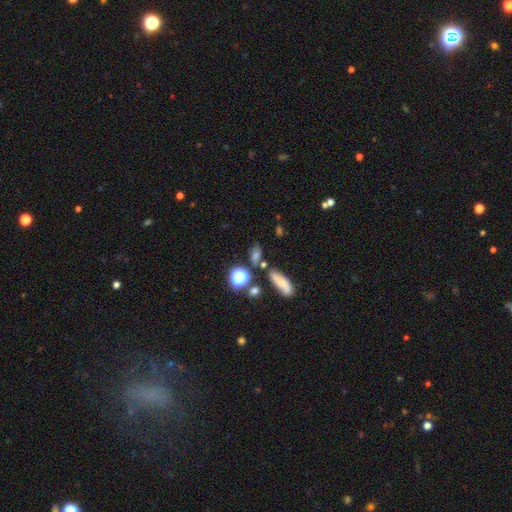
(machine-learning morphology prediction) A smooth galaxy with no disk features (54%) that is in between round and cigar-shaped (41%, tied with round).

Vote fractions:
- Smooth or featured? smooth: 54% / star or artifact: 29% / featured or disk: 16%
- How rounded? in between: 41% (tied) / round: 41% (tied) / cigar-shaped: 18%
- Merging? none: 67% / minor disturbance: 15% / merger: 12% / major disturbance: 6%